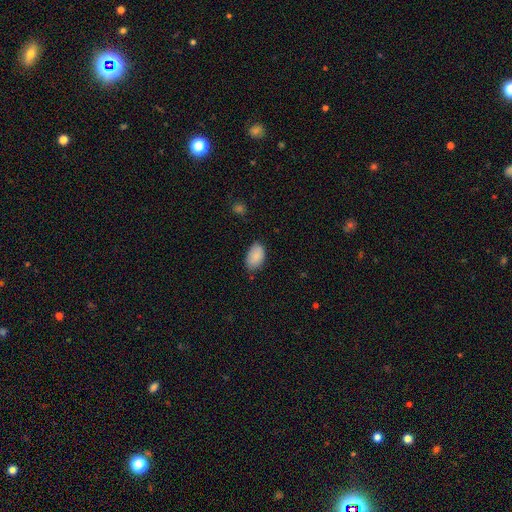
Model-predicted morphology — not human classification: A smooth galaxy with no disk features (87%) that is in between round and cigar-shaped (93%).

Vote fractions:
- Smooth or featured? smooth: 87% / star or artifact: 7% / featured or disk: 6%
- How rounded? in between: 93% / round: 6% / cigar-shaped: 1%
- Merging? none: 74% / minor disturbance: 21% / major disturbance: 3% / merger: 1%